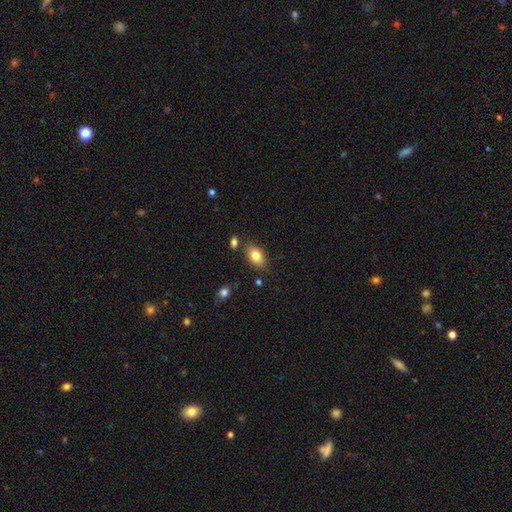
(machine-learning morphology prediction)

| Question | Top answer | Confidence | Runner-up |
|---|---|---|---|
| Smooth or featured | smooth | 82% | featured or disk (10%) |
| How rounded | in between | 89% | round (9%) |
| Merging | none | 78% | minor disturbance (13%) |